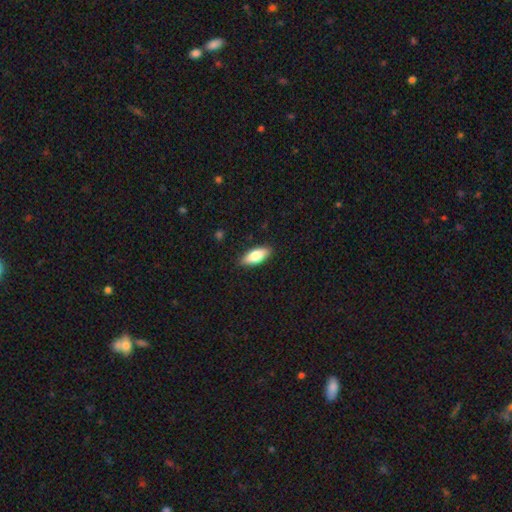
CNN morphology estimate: Q: Smooth or featured?
A: smooth (78%); runner-up: featured or disk (16%)
Q: How rounded?
A: in between (81%); runner-up: cigar-shaped (17%)
Q: Merging?
A: none (87%); runner-up: minor disturbance (10%)